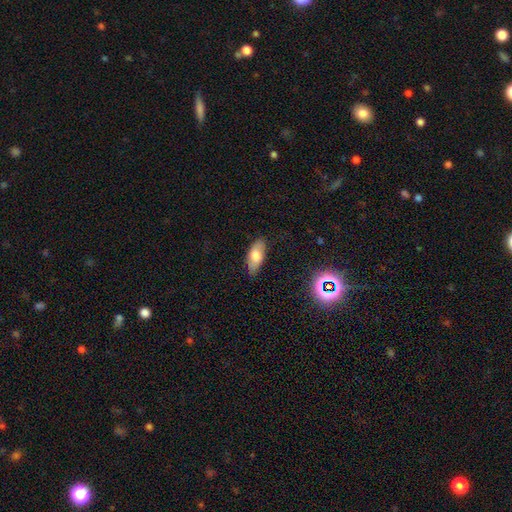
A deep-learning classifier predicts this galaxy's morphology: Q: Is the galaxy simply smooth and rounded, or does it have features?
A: smooth — 71%.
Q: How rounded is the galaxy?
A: in between — 86%.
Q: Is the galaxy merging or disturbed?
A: none — 81%.